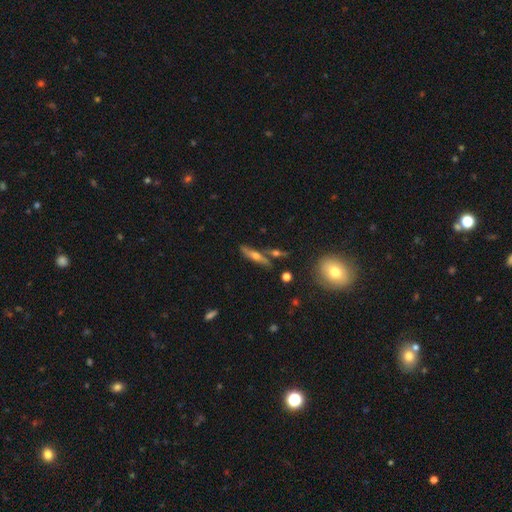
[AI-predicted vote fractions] This appears to be a featured or disk galaxy (62%) viewed edge-on (89%) with a rounded central bulge (90%). Merging: none (74%).